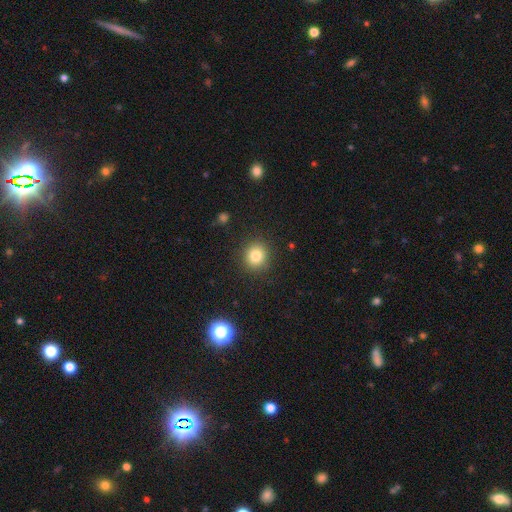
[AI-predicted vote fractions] smooth 81%, star or artifact 12%, featured or disk 7%. Down the decision tree: how rounded — round (86%); merging — none (88%).